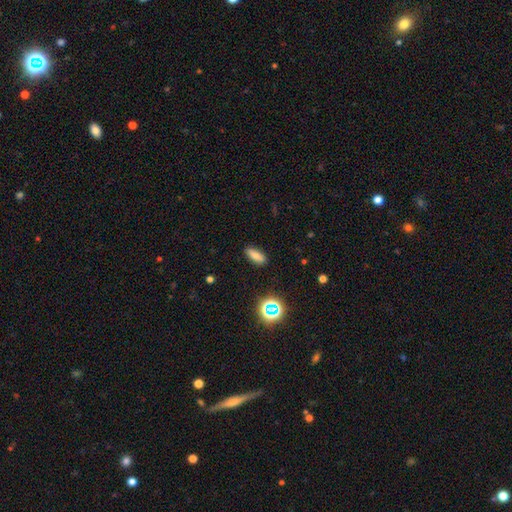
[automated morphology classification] A smooth galaxy with no disk features (75%) that is in between round and cigar-shaped (67%). Merging: none (88%).